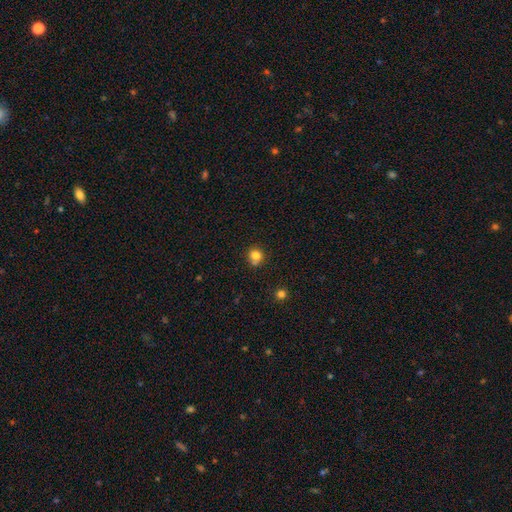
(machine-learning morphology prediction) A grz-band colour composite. It shows a smooth galaxy with no disk features (80%) that is round (89%). Merging: none (68%).